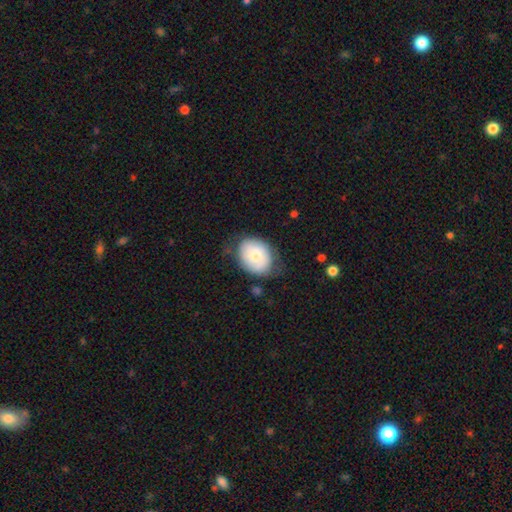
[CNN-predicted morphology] Q: Smooth or featured?
A: smooth (67%); runner-up: featured or disk (27%)
Q: How rounded?
A: in between (56%); runner-up: round (43%)
Q: Merging?
A: none (62%); runner-up: minor disturbance (27%)